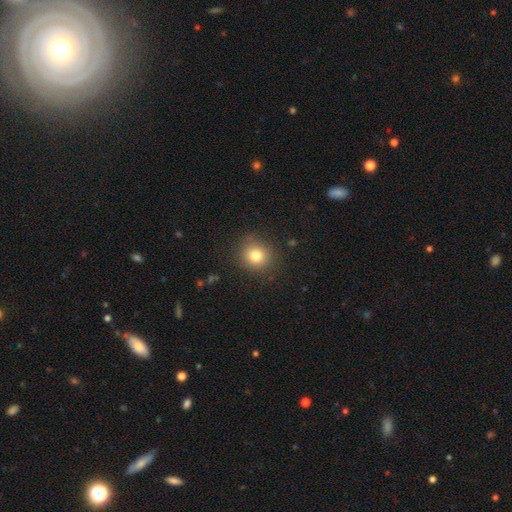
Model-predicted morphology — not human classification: smooth 79%, star or artifact 12%, featured or disk 8%. Down the decision tree: how rounded — round (86%); merging — none (86%).